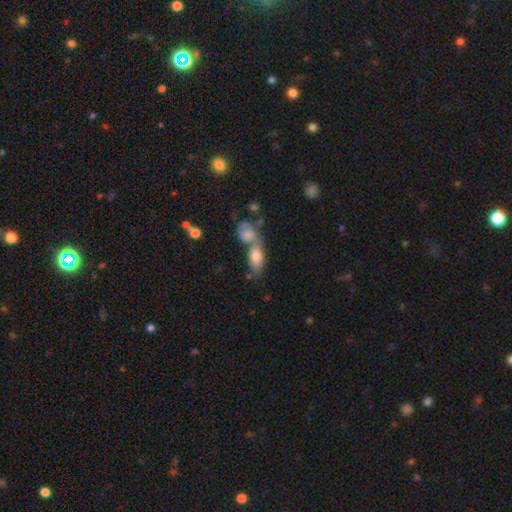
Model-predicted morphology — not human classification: Smooth or featured? Predicted: smooth (p=0.75). How rounded? Predicted: in between (p=0.82). Merging? Predicted: merger (p=0.58).